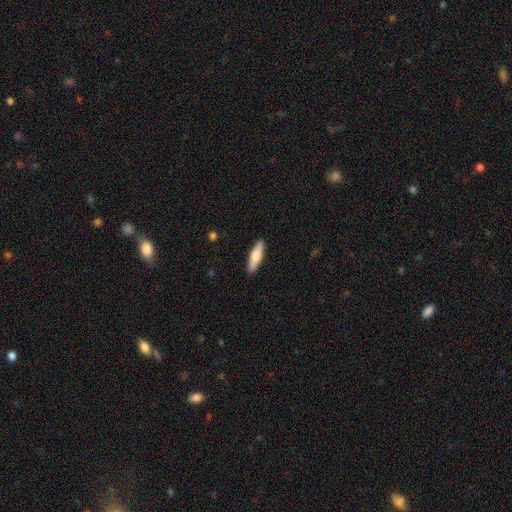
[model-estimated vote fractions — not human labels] Smooth or featured?
  - smooth: 65% *
  - featured or disk: 29%
  - star or artifact: 5%
How rounded?
  - cigar-shaped: 68% *
  - in between: 30%
  - round: 2%
Merging?
  - none: 90% *
  - minor disturbance: 7%
  - major disturbance: 2%
  - merger: 1%